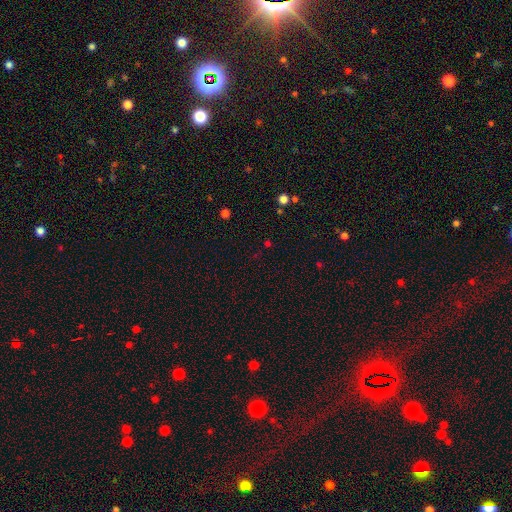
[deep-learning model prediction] smooth_or_featured: star or artifact (p=0.61) [alt: smooth p=0.32]